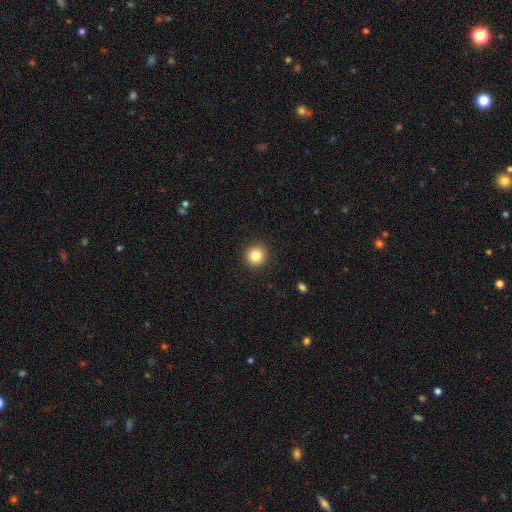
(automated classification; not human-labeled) smooth-or-featured: smooth: 83% | star or artifact: 10% | featured or disk: 6%
  how-rounded: round: 95% | in between: 5% | cigar-shaped: 1%
  merging: none: 92% | minor disturbance: 5% | major disturbance: 2% | merger: 1%